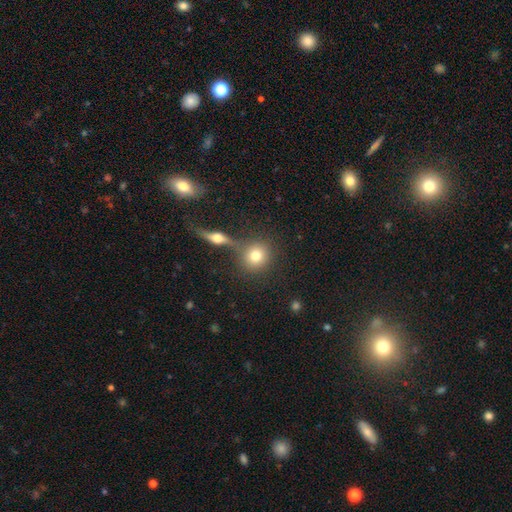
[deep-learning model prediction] smooth-or-featured: smooth: 75% | featured or disk: 15% | star or artifact: 10%
  how-rounded: round: 89% | in between: 10% | cigar-shaped: 2%
  merging: none: 69% | merger: 20% | minor disturbance: 8% | major disturbance: 4%